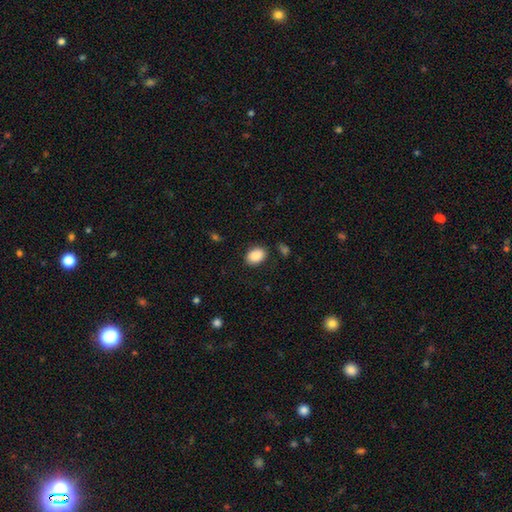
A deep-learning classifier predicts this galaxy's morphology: A smooth galaxy with no disk features (89%) that is in between round and cigar-shaped (75%). Merging: none (84%).